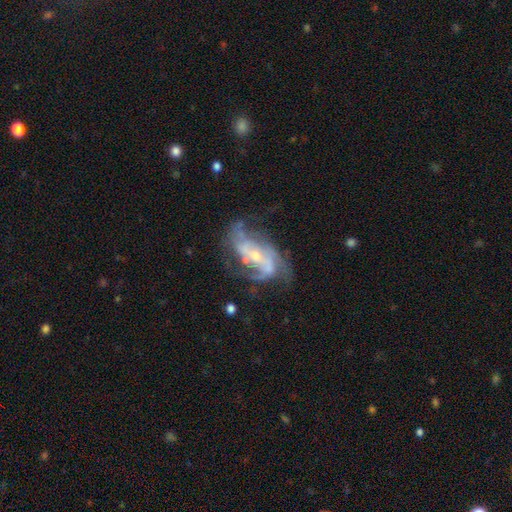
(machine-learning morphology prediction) type=featured or disk (84%); edge-on=no (94%); bar=no (38%); spiral arms=yes (88%); winding=medium (43%); arm count=2 (45%); bulge=small (60%); merging=none (52%).